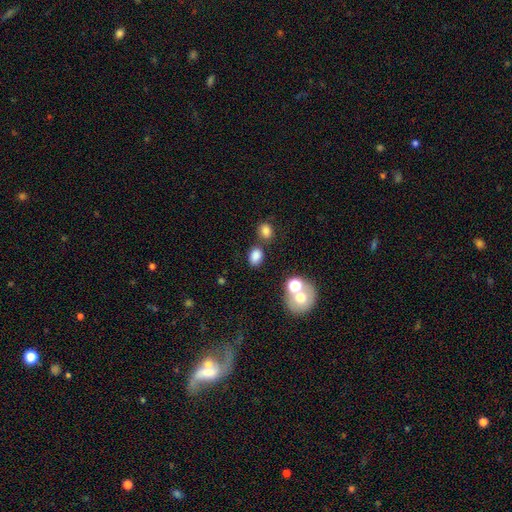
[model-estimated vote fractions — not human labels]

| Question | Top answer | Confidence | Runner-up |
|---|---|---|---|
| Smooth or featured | smooth | 81% | star or artifact (13%) |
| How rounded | in between | 70% | round (29%) |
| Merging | none | 69% | merger (14%) |